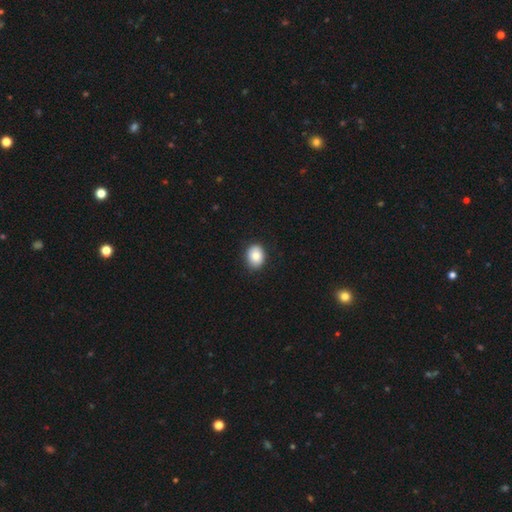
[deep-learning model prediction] A smooth galaxy with no disk features (86%) that is in between round and cigar-shaped (53%).

Vote fractions:
- Smooth or featured? smooth: 86% / star or artifact: 8% / featured or disk: 7%
- How rounded? in between: 53% / round: 46% / cigar-shaped: 1%
- Merging? none: 87% / minor disturbance: 10% / major disturbance: 2% / merger: 1%